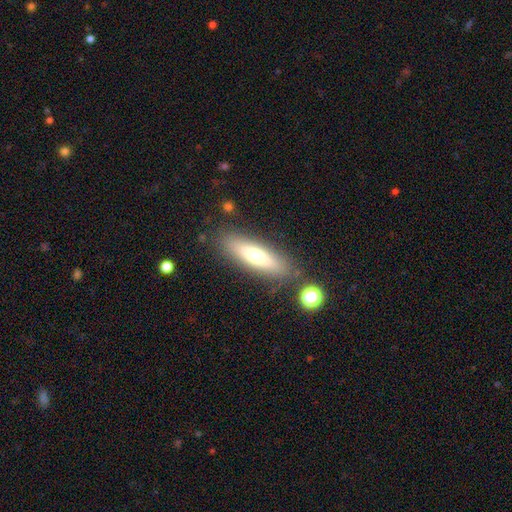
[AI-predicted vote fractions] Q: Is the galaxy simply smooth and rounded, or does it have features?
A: smooth — 63%.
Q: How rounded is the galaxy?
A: cigar-shaped — 58%.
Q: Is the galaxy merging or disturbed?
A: none — 83%.